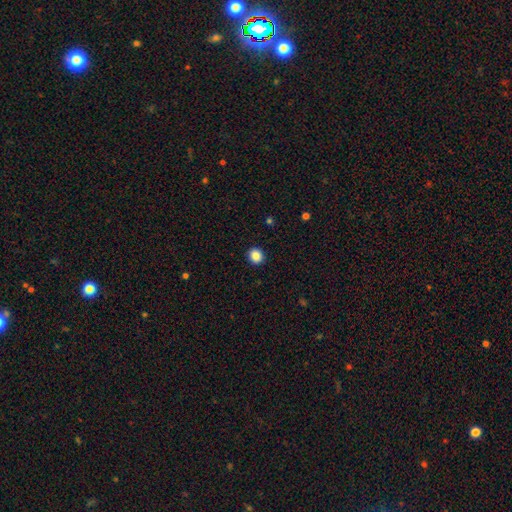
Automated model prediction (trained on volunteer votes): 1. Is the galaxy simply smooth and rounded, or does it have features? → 87% smooth, 9% star or artifact, 4% featured or disk.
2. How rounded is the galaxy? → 82% round, 17% in between, 1% cigar-shaped.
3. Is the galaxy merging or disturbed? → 92% none, 5% minor disturbance, 2% major disturbance, 1% merger.